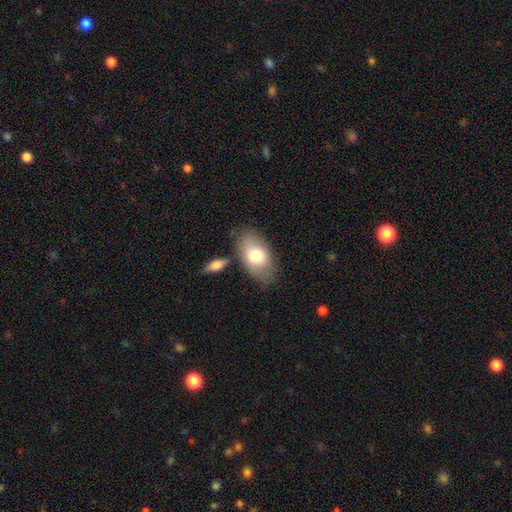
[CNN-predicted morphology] The model was most divided on "merging": none: 70%, minor disturbance: 16%, merger: 10%, major disturbance: 5%. More confident: how rounded — in between (92%); smooth or featured — smooth (74%).